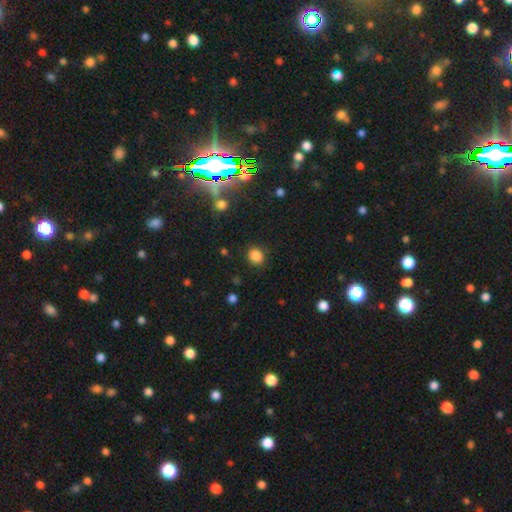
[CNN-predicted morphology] type=smooth (84%); roundness=round (72%); merging=none (86%).